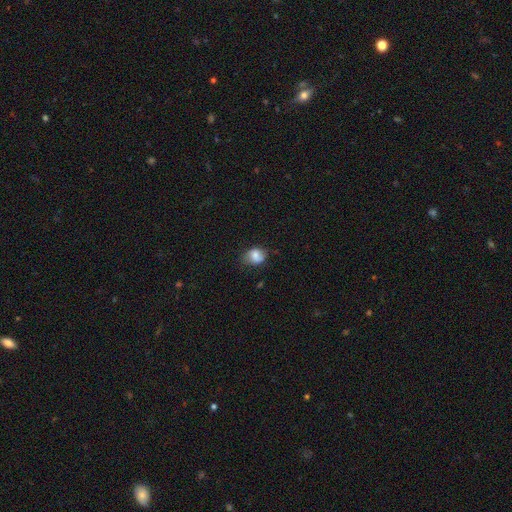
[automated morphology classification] Smooth or featured? Predicted: smooth (p=0.72). How rounded? Predicted: in between (p=0.58). Merging? Predicted: none (p=0.60).